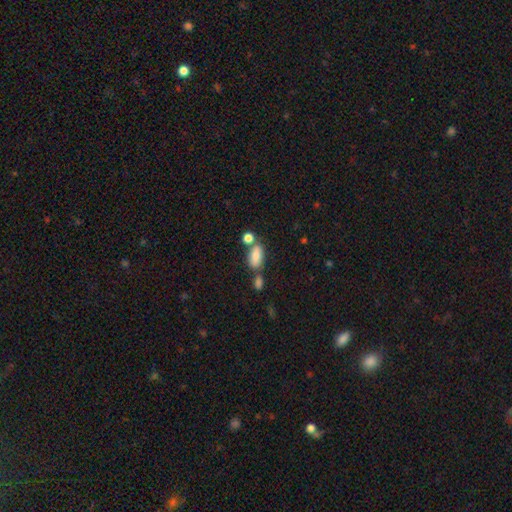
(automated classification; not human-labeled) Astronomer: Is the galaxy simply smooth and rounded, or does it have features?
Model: smooth — 82%.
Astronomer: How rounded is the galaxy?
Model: in between — 88%.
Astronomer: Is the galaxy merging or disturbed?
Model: none — 50% (runner-up: merger, 31%).